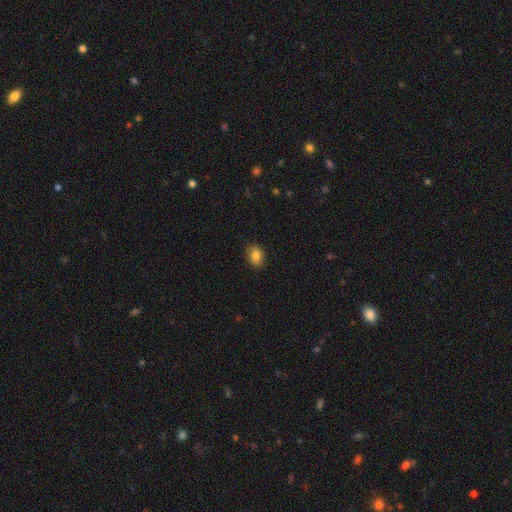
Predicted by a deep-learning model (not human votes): Smooth or featured: smooth — 83% (star or artifact — 9%)
How rounded: in between — 68% (round — 30%)
Merging: none — 84% (minor disturbance — 12%)